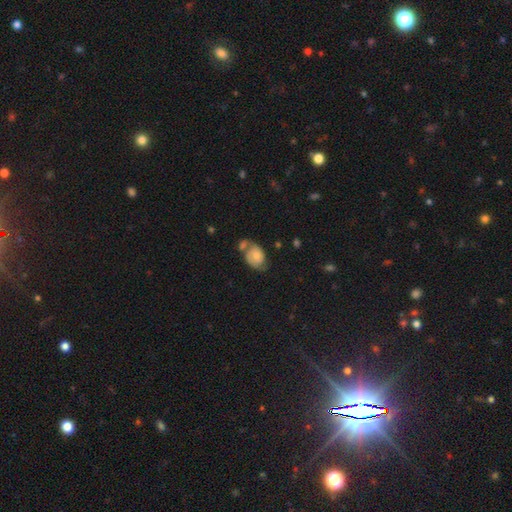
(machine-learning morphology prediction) Q: Smooth or featured?
A: smooth (53%); runner-up: featured or disk (39%)
Q: How rounded?
A: in between (76%); runner-up: round (23%)
Q: Merging?
A: none (34%); runner-up: merger (30%)